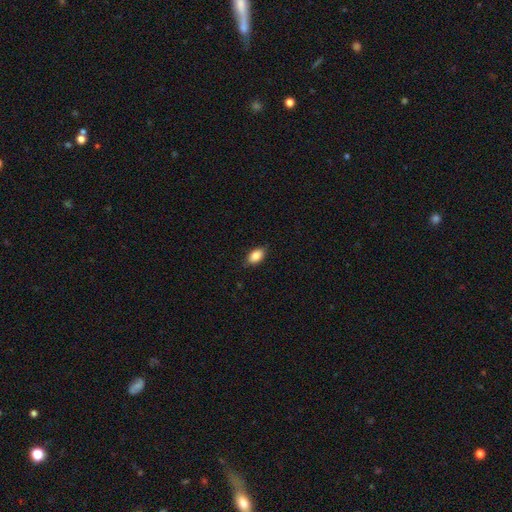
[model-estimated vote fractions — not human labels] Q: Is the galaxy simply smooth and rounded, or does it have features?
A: smooth — 86%.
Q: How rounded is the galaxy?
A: in between — 91%.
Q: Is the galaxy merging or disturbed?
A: none — 85%.